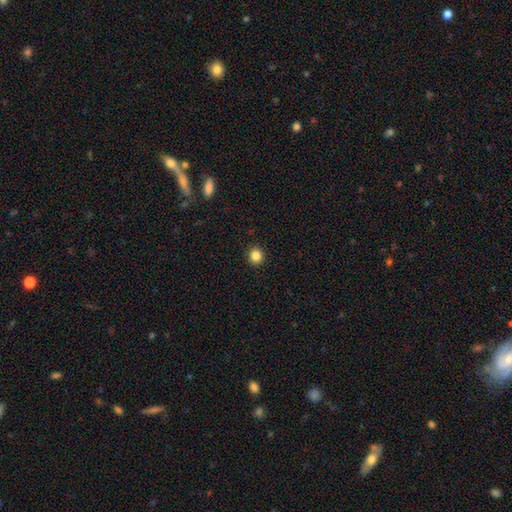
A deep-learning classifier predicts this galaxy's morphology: Q: Smooth or featured?
A: smooth (85%); runner-up: star or artifact (11%)
Q: How rounded?
A: round (91%); runner-up: in between (8%)
Q: Merging?
A: none (93%); runner-up: minor disturbance (5%)